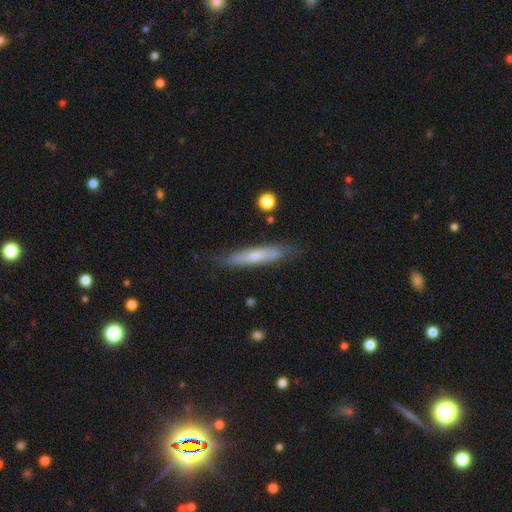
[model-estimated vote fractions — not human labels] This is possibly a smooth galaxy (54%). How rounded: clearly cigar-shaped (89%). Merging: clearly none (81%).